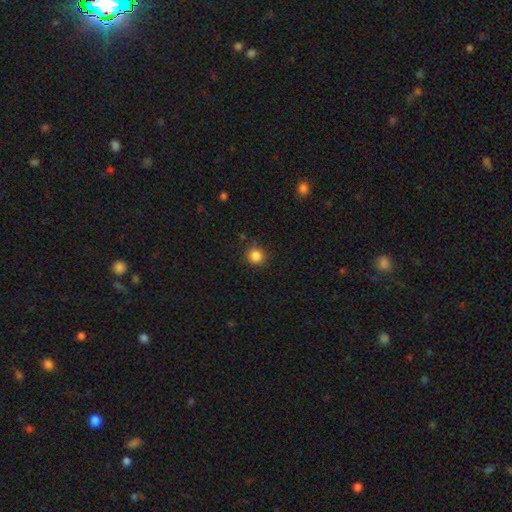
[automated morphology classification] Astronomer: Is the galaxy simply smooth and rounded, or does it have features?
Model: smooth — 85%.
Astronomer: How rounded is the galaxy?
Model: round — 92%.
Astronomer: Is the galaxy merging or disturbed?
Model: none — 86%.